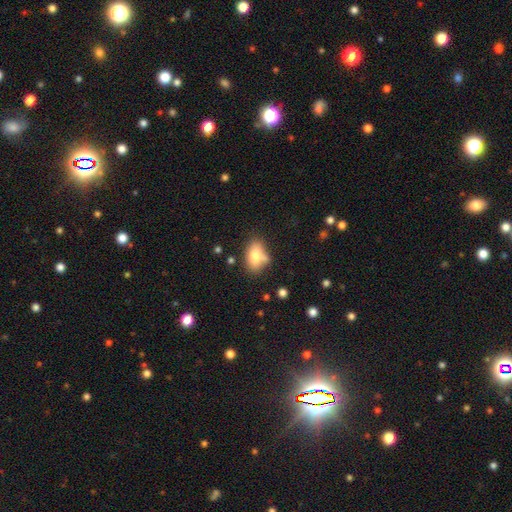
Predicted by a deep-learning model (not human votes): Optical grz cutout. It shows a smooth galaxy with no disk features (74%) that is in between round and cigar-shaped (85%). Merging: none (59%).